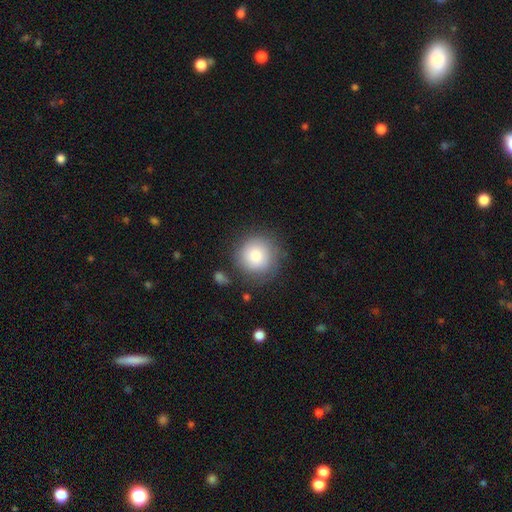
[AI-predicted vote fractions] Morphology: type=smooth (78%); roundness=round (94%); merging=none (79%).